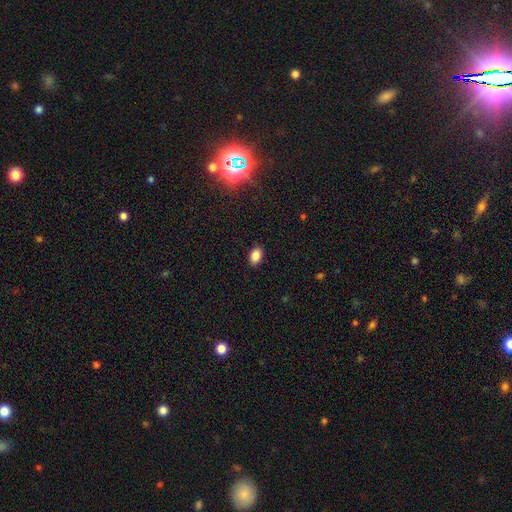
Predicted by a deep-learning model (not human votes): The model was most divided on "how rounded": in between: 85%, round: 13%, cigar-shaped: 1%. More confident: merging — none (88%); smooth or featured — smooth (86%).